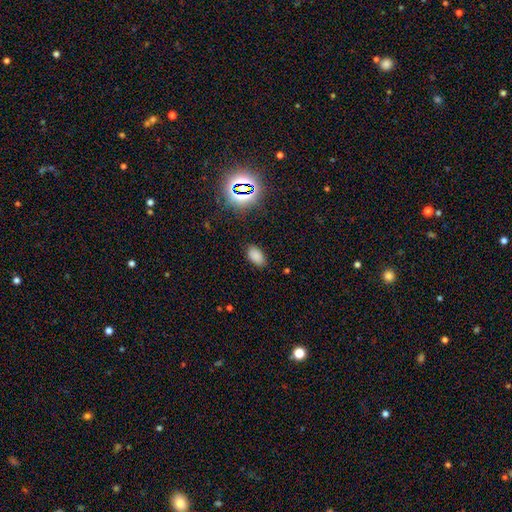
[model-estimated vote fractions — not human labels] A smooth galaxy with no disk features (79%) that is in between round and cigar-shaped (93%).

Vote fractions:
- Smooth or featured? smooth: 79% / star or artifact: 17% / featured or disk: 5%
- How rounded? in between: 93% / round: 6% / cigar-shaped: 2%
- Merging? none: 84% / minor disturbance: 11% / major disturbance: 3% / merger: 1%